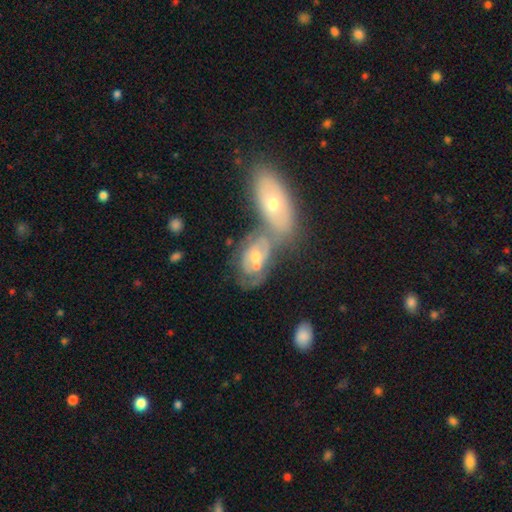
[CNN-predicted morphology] Smooth or featured?
  - featured or disk: 65% *
  - smooth: 28%
  - star or artifact: 7%
Edge-on disk?
  - no: 91% *
  - yes: 9%
Bar?
  - no: 81% *
  - weak: 15%
  - strong: 4%
Spiral arms?
  - yes: 52% *
  - no: 48%
Bulge size?
  - moderate: 55% *
  - small: 39%
  - large: 3%
  - none: 2%
  - dominant: 1%
Merging?
  - merger: 48% *
  - none: 30%
  - minor disturbance: 13%
  - major disturbance: 8%